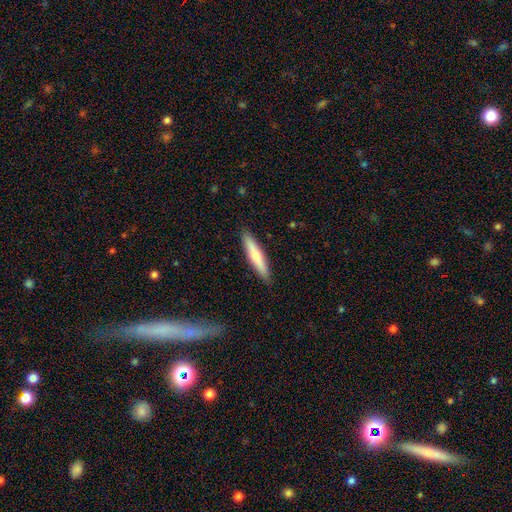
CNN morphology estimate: This is likely a smooth galaxy (66%). How rounded: clearly cigar-shaped (89%). Merging: clearly none (90%).